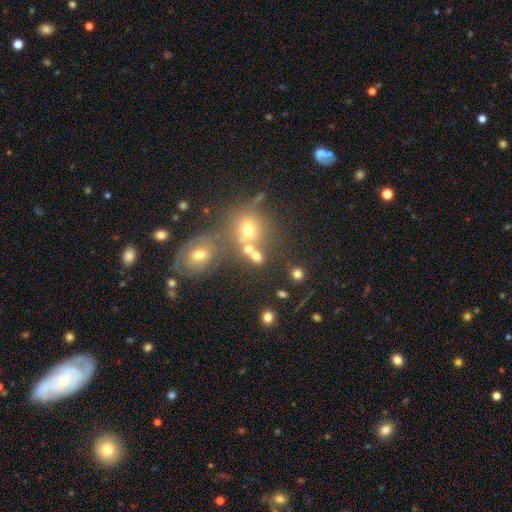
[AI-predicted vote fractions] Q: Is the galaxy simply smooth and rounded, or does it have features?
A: smooth — 65%.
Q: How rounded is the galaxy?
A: round — 59%.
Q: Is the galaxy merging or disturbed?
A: none — 51%.